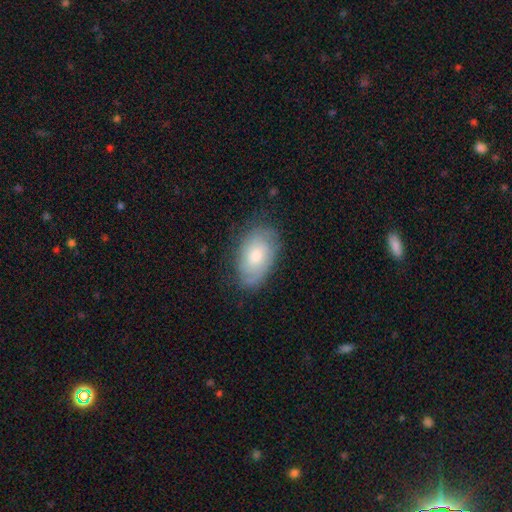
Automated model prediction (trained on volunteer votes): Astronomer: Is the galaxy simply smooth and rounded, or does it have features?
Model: smooth — 51% (runner-up: featured or disk, 41%).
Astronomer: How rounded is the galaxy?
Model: in between — 92%.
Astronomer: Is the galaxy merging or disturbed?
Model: none — 72%.